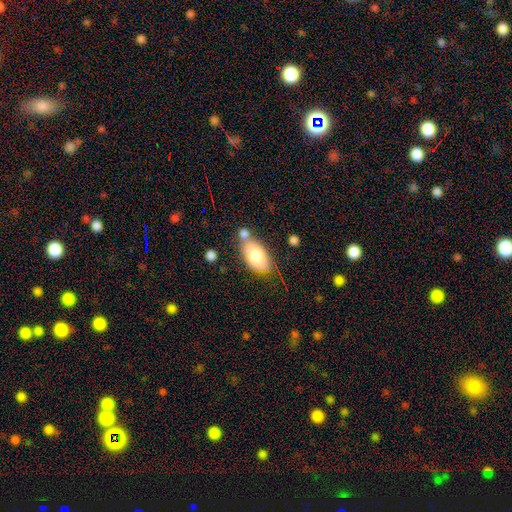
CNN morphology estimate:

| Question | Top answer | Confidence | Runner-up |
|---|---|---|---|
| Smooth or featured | smooth | 77% | featured or disk (16%) |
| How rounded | in between | 92% | round (5%) |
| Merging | none | 50% | merger (24%) |